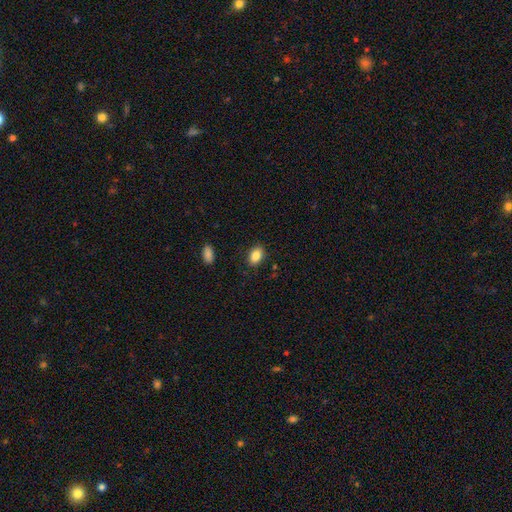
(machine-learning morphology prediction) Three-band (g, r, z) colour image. It shows a smooth galaxy with no disk features (86%) that is in between round and cigar-shaped (85%). Merging: none (86%).